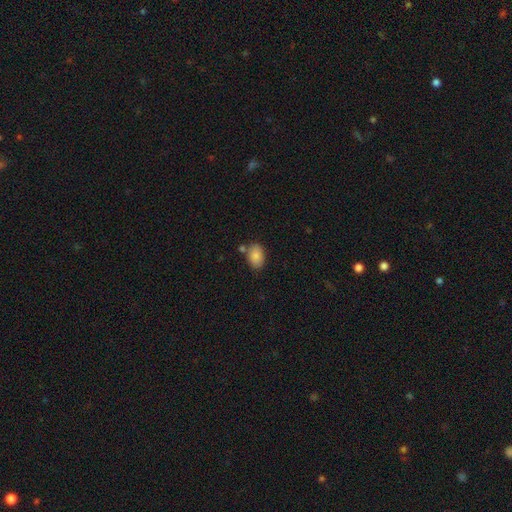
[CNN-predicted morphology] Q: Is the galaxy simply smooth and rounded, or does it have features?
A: smooth — 86%.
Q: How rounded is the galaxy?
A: in between — 86%.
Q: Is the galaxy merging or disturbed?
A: none — 72%.